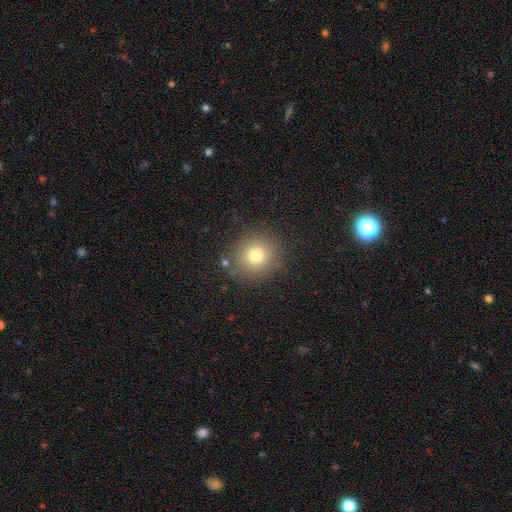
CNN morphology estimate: This is likely a smooth galaxy (76%). How rounded: clearly round (91%). Merging: clearly none (86%).